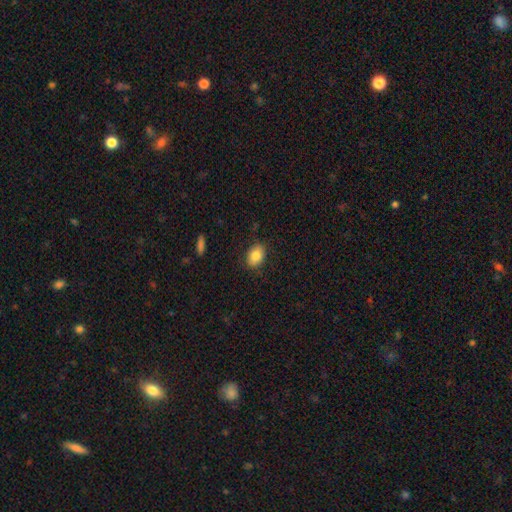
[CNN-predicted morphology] This is clearly a smooth galaxy (83%). How rounded: likely in between (78%). Merging: clearly none (84%).